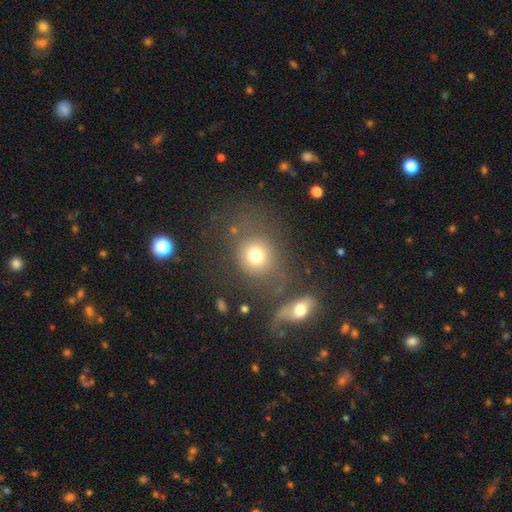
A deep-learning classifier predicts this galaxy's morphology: Smooth or featured: smooth — 74% (star or artifact — 13%)
How rounded: round — 79% (in between — 20%)
Merging: none — 59% (merger — 16%)